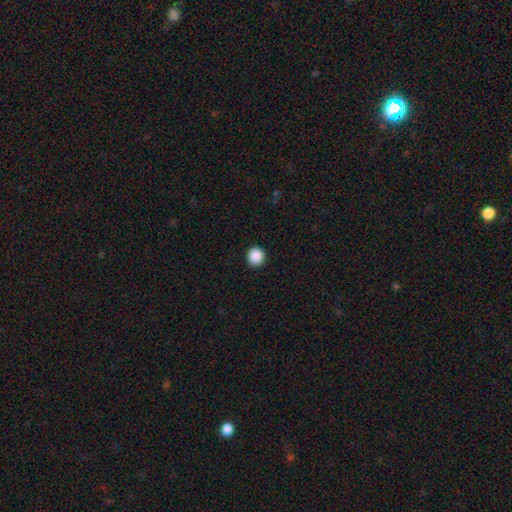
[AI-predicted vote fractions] smooth 89%, star or artifact 9%, featured or disk 2%. Down the decision tree: how rounded — round (90%); merging — none (92%).